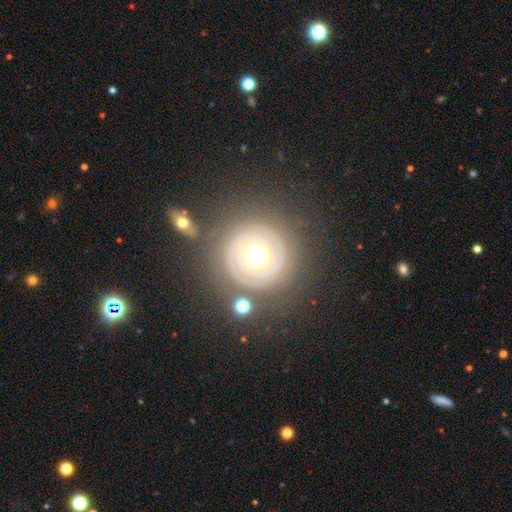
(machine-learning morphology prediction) The model was most divided on "spiral arms": no: 54%, yes: 46%. More confident: edge-on disk — no (96%); bar — no (85%); merging — none (78%); bulge size — moderate (61%); smooth or featured — featured or disk (59%).